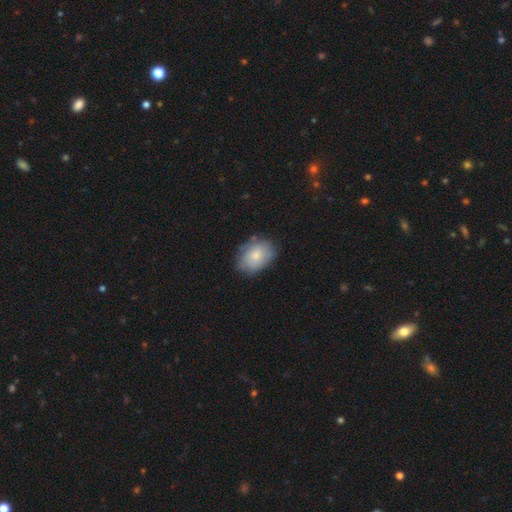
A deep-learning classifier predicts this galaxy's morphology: Smooth or featured: smooth — 76% (featured or disk — 17%)
How rounded: in between — 79% (round — 20%)
Merging: none — 72% (minor disturbance — 22%)